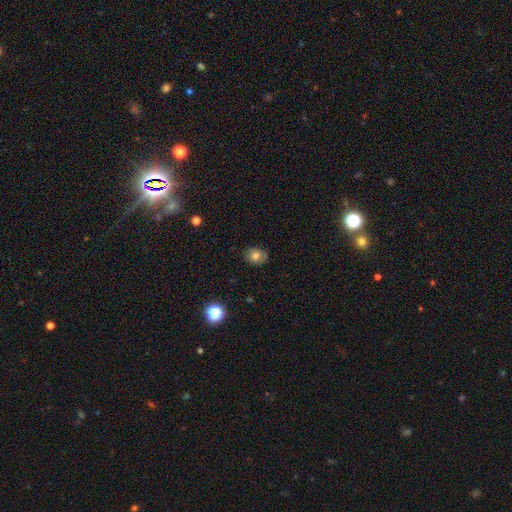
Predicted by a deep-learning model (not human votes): Q: Smooth or featured?
A: smooth (76%); runner-up: featured or disk (12%)
Q: How rounded?
A: in between (55%); runner-up: round (44%)
Q: Merging?
A: none (83%); runner-up: minor disturbance (13%)